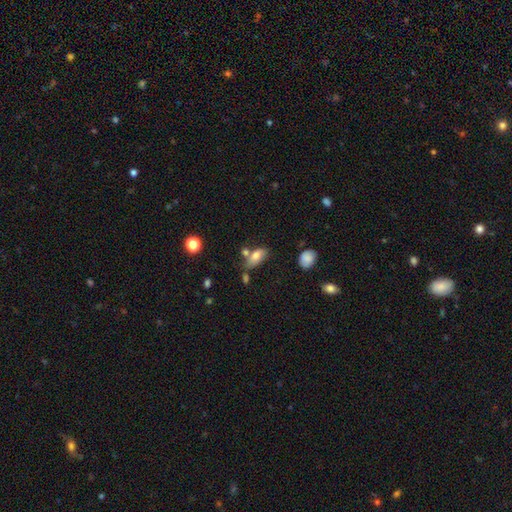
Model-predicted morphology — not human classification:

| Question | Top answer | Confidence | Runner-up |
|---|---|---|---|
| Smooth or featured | smooth | 73% | featured or disk (18%) |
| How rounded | in between | 86% | cigar-shaped (8%) |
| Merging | none | 46% | merger (23%) |